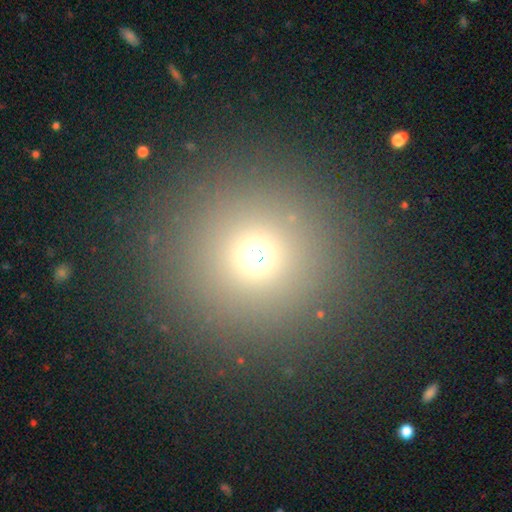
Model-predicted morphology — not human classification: A smooth galaxy with no disk features (67%) that is round (95%).

Vote fractions:
- Smooth or featured? smooth: 67% / star or artifact: 25% / featured or disk: 9%
- How rounded? round: 95% / in between: 4% / cigar-shaped: 1%
- Merging? none: 89% / minor disturbance: 5% / major disturbance: 3% / merger: 2%